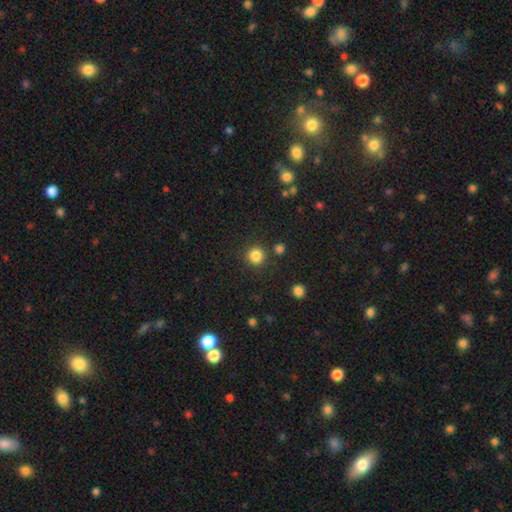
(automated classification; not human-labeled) Overall: smooth (84%). How rounded: round (94%). Merging: none (87%).